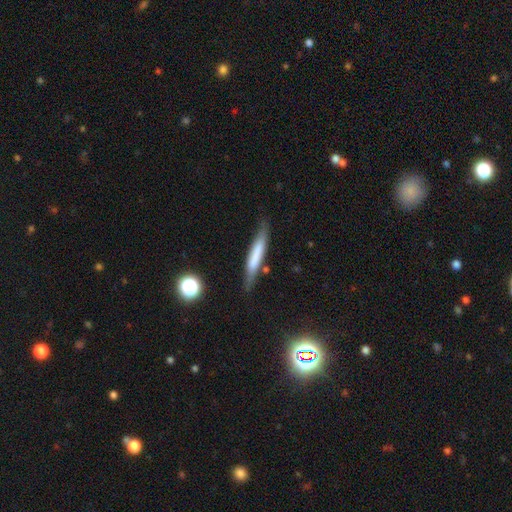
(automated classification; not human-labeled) Smooth or featured?
  - smooth: 48% *
  - featured or disk: 39%
  - star or artifact: 13%
Merging?
  - none: 79% *
  - minor disturbance: 16%
  - major disturbance: 4%
  - merger: 2%